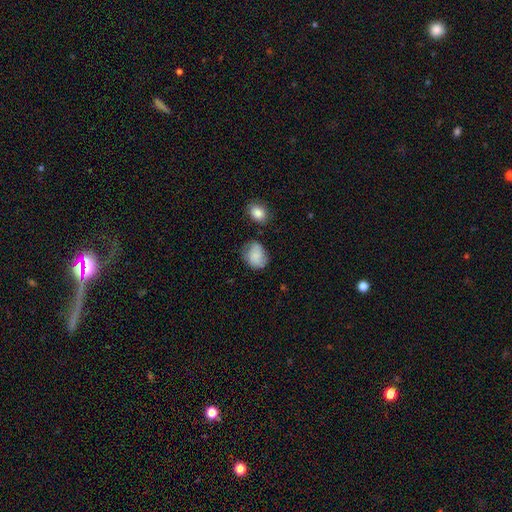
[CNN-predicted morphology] smooth 78%, featured or disk 14%, star or artifact 8%. Down the decision tree: how rounded — in between (50%); merging — none (59%).